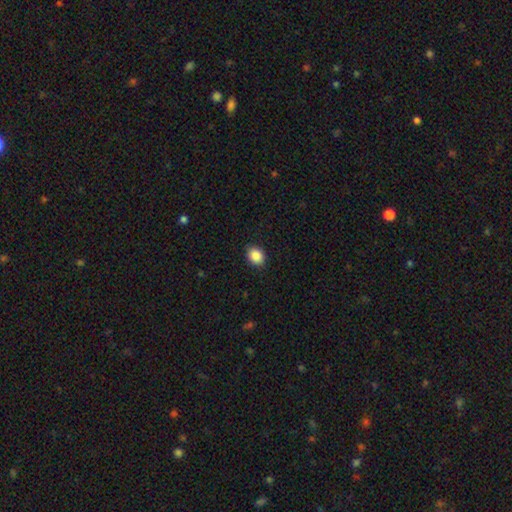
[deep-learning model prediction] A smooth galaxy with no disk features (88%) that is in between round and cigar-shaped (51%).

Vote fractions:
- Smooth or featured? smooth: 88% / star or artifact: 9% / featured or disk: 4%
- How rounded? in between: 51% / round: 49% / cigar-shaped: 1%
- Merging? none: 90% / minor disturbance: 7% / major disturbance: 2% / merger: 1%